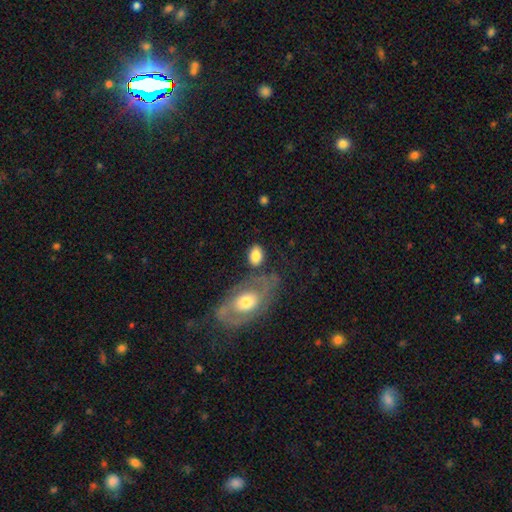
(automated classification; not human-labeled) This is likely a smooth galaxy (77%). How rounded: likely in between (79%). Merging: likely none (63%).